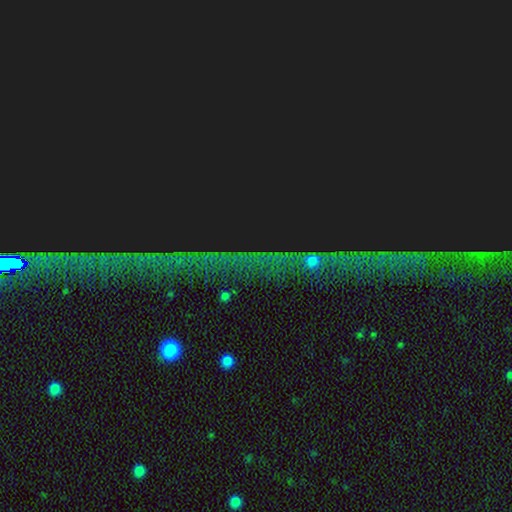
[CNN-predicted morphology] The model was most divided on "smooth or featured": star or artifact: 87%, featured or disk: 8%, smooth: 6%.